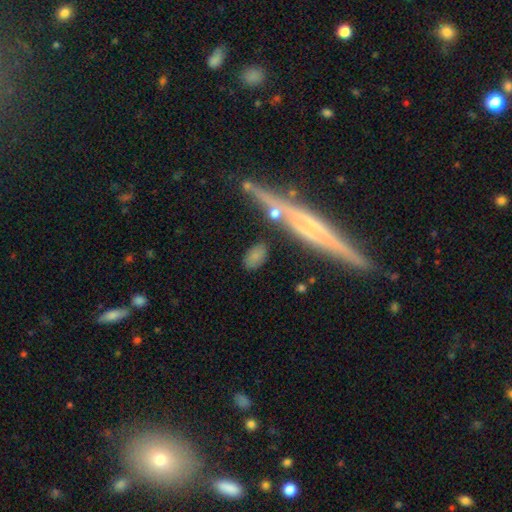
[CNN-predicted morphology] Smooth or featured? smooth (77%)
How rounded? in between (88%)
Merging? none (74%)